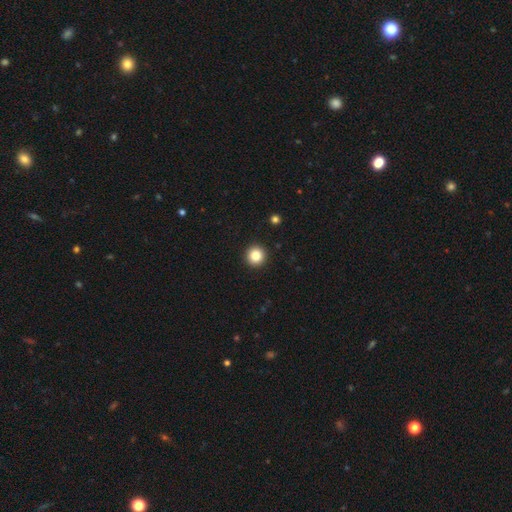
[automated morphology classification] smooth 86%, star or artifact 10%, featured or disk 4%. Down the decision tree: how rounded — round (96%); merging — none (93%).